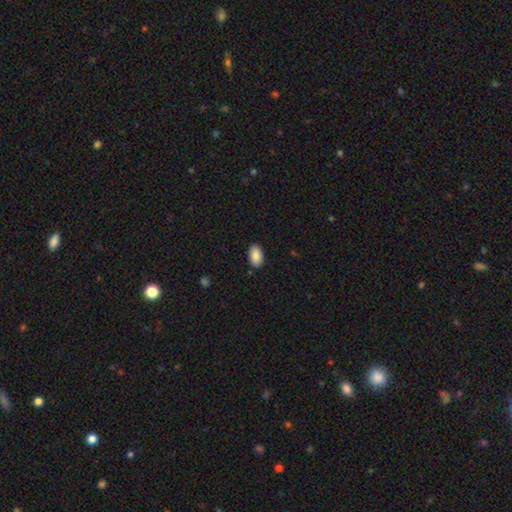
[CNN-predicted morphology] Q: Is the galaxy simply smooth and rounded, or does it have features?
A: smooth — 89%.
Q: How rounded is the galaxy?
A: in between — 94%.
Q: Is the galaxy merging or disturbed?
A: none — 88%.